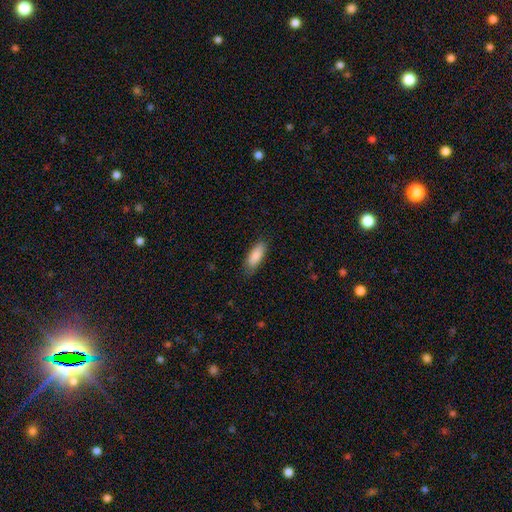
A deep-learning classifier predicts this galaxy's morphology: The model was most divided on "how rounded": in between: 70%, cigar-shaped: 28%, round: 2%. More confident: smooth or featured — smooth (88%); merging — none (79%).